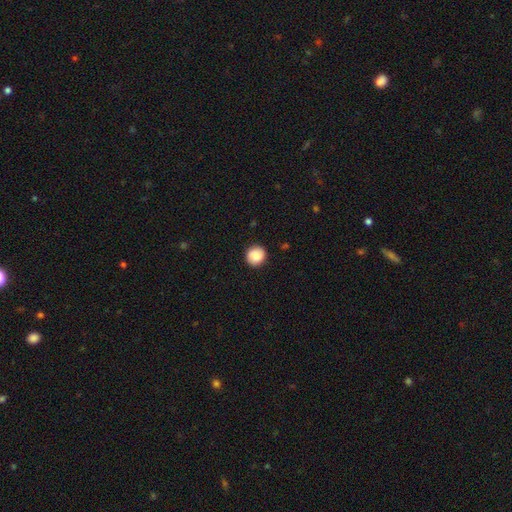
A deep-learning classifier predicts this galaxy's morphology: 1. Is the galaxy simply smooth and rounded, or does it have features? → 87% smooth, 8% star or artifact, 5% featured or disk.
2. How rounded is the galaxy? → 91% round, 8% in between, 1% cigar-shaped.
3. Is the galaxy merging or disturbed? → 90% none, 7% minor disturbance, 2% major disturbance, 1% merger.